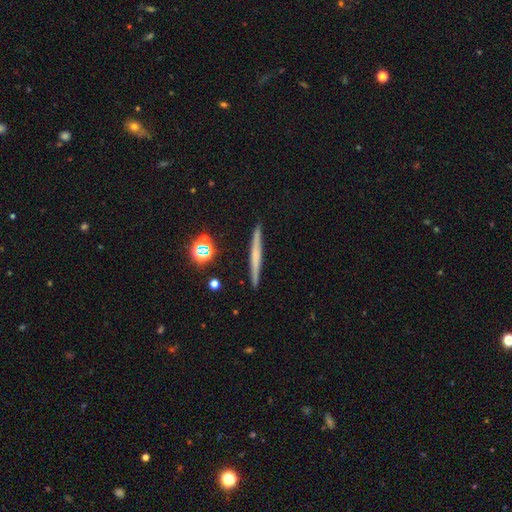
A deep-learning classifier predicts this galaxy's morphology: Smooth or featured: featured or disk — 49% (smooth — 42%)
Merging: none — 91% (minor disturbance — 6%)